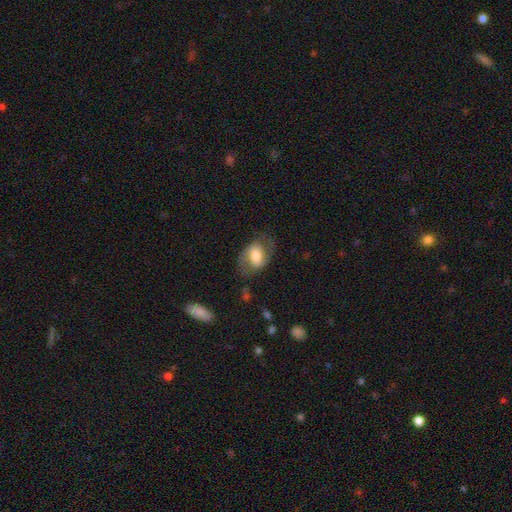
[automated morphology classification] featured or disk 48%, smooth 44%, star or artifact 7%. Down the decision tree: merging — none (64%).